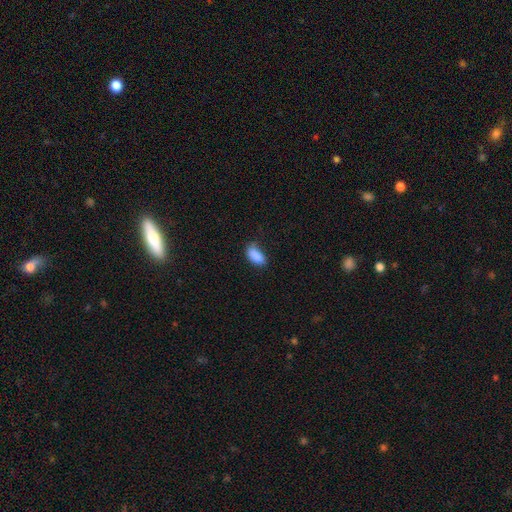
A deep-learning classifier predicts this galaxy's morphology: Smooth or featured? smooth (88%)
How rounded? in between (90%)
Merging? none (64%)